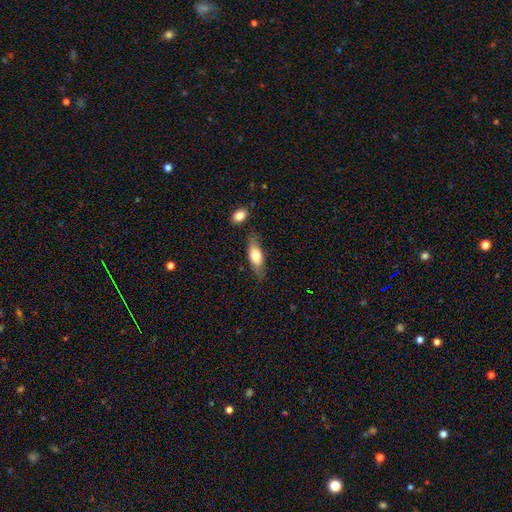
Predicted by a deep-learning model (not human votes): smooth 70%, featured or disk 23%, star or artifact 6%. Down the decision tree: how rounded — in between (70%); merging — none (71%).